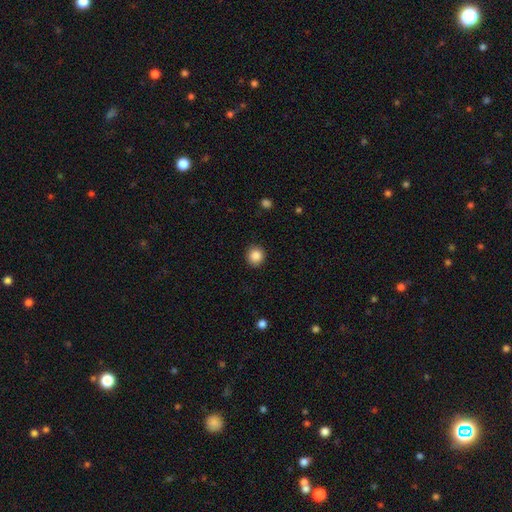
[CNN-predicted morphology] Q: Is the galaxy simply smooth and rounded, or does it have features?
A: smooth — 87%.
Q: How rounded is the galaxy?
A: round — 92%.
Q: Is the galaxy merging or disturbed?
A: none — 90%.